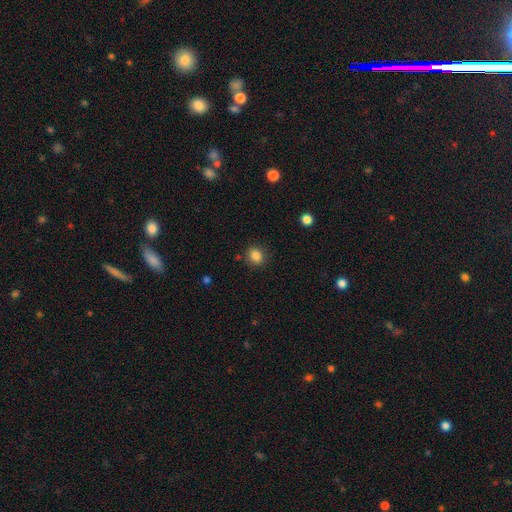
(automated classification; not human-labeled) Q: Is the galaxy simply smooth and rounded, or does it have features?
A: smooth — 85%.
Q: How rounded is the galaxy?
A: round — 66%.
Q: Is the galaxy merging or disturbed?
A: none — 86%.